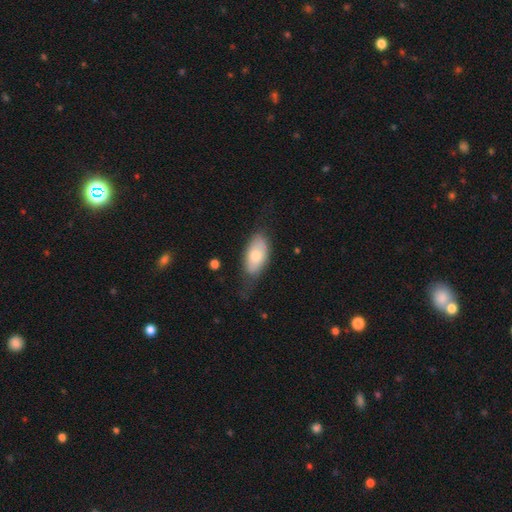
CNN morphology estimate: Overall: smooth (70%). How rounded: in between (92%). Merging: none (57%; minor disturbance 29%).